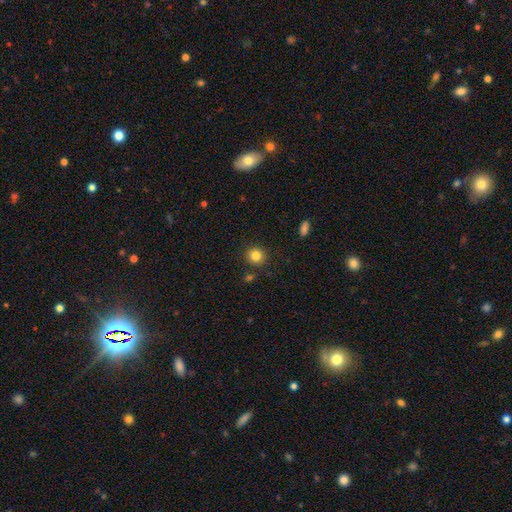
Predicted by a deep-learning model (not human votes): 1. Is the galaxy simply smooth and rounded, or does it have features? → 83% smooth, 11% star or artifact, 6% featured or disk.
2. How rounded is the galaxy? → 90% round, 9% in between, 1% cigar-shaped.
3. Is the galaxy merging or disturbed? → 87% none, 7% minor disturbance, 3% merger, 2% major disturbance.